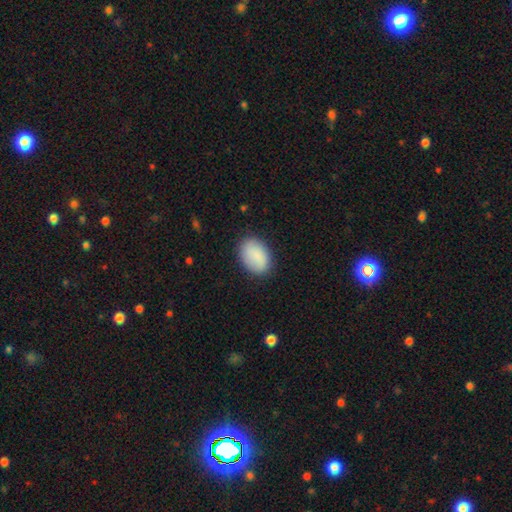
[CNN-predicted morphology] type=smooth (87%); roundness=in between (84%); merging=none (83%).